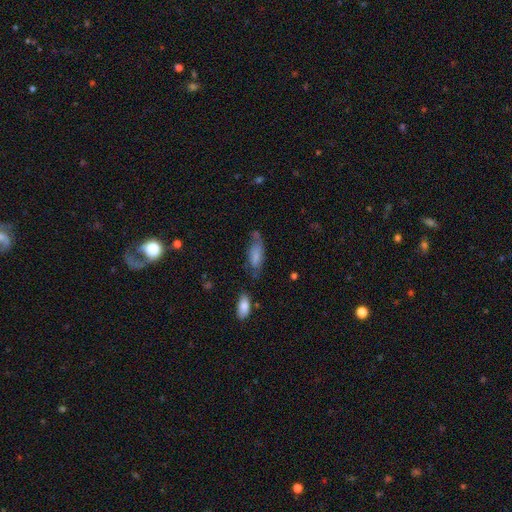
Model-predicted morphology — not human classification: Smooth or featured? Predicted: smooth (p=0.73). How rounded? Predicted: in between (p=0.75). Merging? Predicted: none (p=0.44).